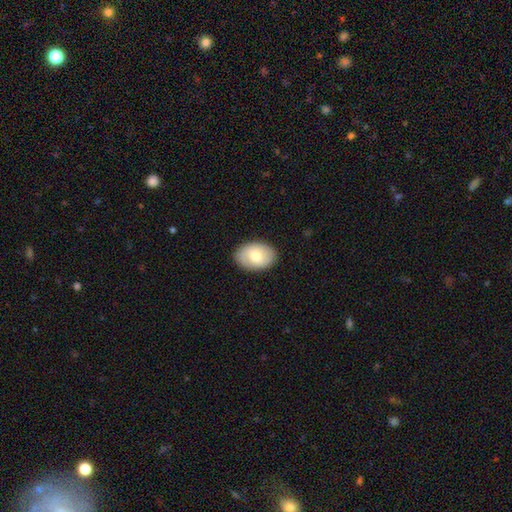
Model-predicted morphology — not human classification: smooth 70%, featured or disk 23%, star or artifact 6%. Down the decision tree: how rounded — in between (83%); merging — none (87%).